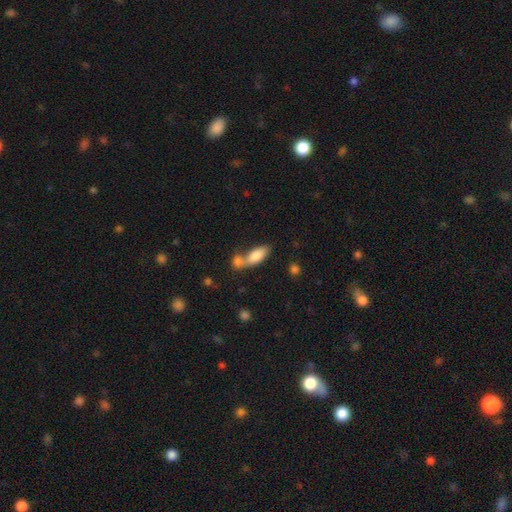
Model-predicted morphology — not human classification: smooth_or_featured: smooth (p=0.80) [alt: featured or disk p=0.13]
how_rounded: in between (p=0.79) [alt: cigar-shaped p=0.17]
merging: merger (p=0.53) [alt: none p=0.31]